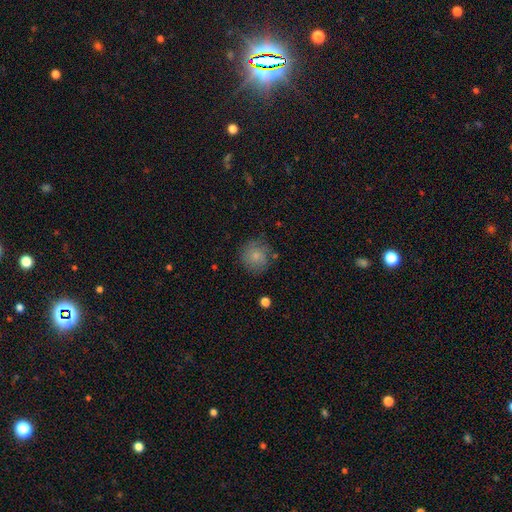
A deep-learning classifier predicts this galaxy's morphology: A smooth galaxy with no disk features (78%) that is round (92%). Merging: none (78%).